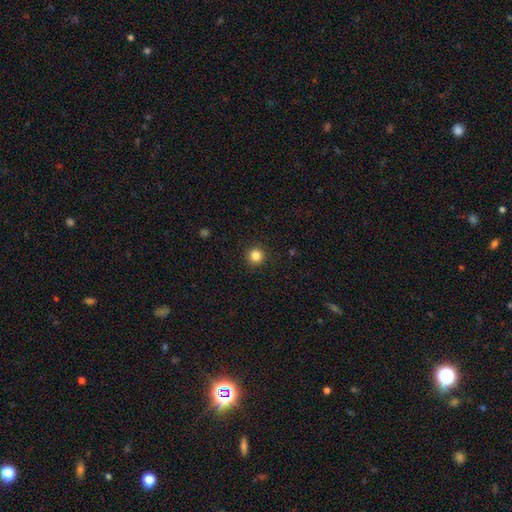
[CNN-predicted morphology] smooth-or-featured: smooth: 84% | star or artifact: 12% | featured or disk: 4%
  how-rounded: round: 96% | in between: 3% | cigar-shaped: 1%
  merging: none: 93% | minor disturbance: 5% | major disturbance: 2% | merger: 1%